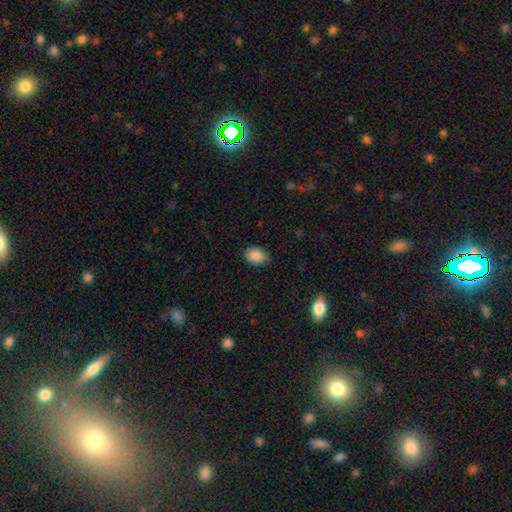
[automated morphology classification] Smooth or featured?
  - smooth: 89% *
  - star or artifact: 7%
  - featured or disk: 4%
How rounded?
  - in between: 81% *
  - round: 17%
  - cigar-shaped: 1%
Merging?
  - none: 82% *
  - minor disturbance: 15%
  - major disturbance: 3%
  - merger: 1%